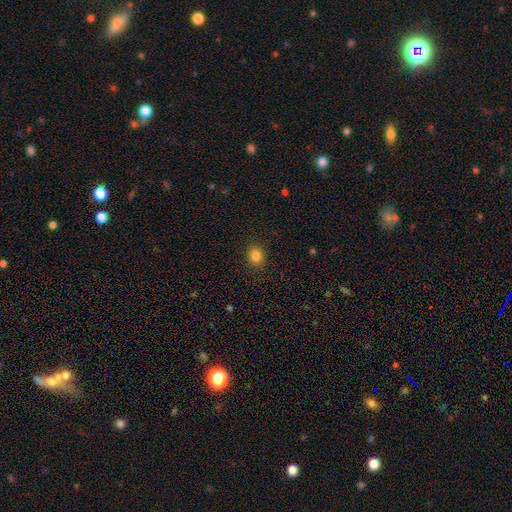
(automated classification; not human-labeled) Q: Smooth or featured?
A: smooth (83%); runner-up: star or artifact (12%)
Q: How rounded?
A: round (70%); runner-up: in between (29%)
Q: Merging?
A: none (90%); runner-up: minor disturbance (7%)